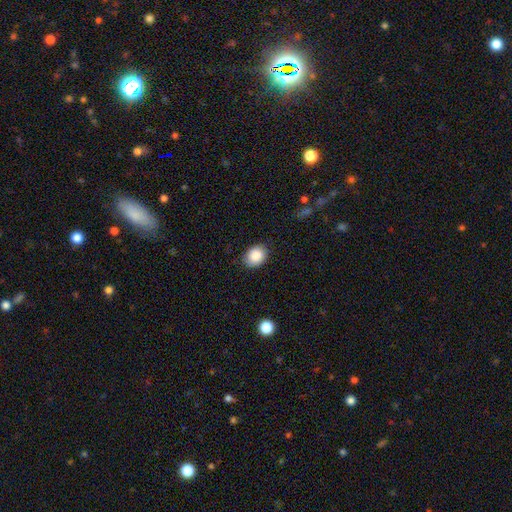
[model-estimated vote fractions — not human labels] Smooth or featured: smooth — 85% (star or artifact — 8%)
How rounded: in between — 52% (round — 47%)
Merging: none — 78% (minor disturbance — 17%)